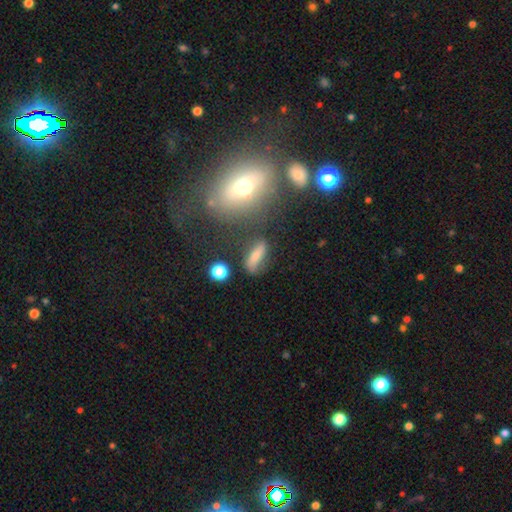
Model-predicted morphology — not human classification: Q: Smooth or featured?
A: smooth (62%); runner-up: featured or disk (25%)
Q: How rounded?
A: in between (46%); tied with: cigar-shaped (46%)
Q: Merging?
A: none (64%); runner-up: minor disturbance (20%)